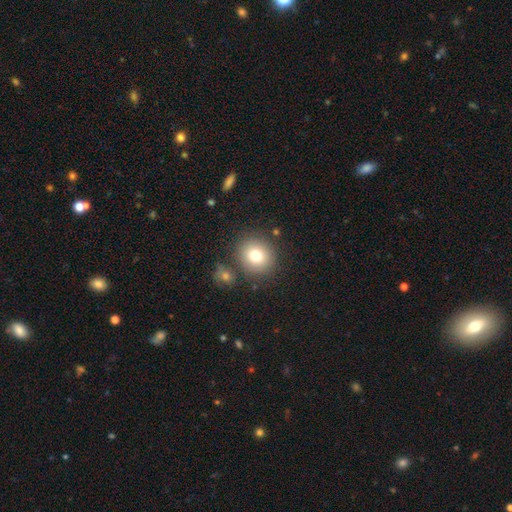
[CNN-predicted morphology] Smooth or featured? Predicted: smooth (p=0.77). How rounded? Predicted: round (p=0.84). Merging? Predicted: none (p=0.80).